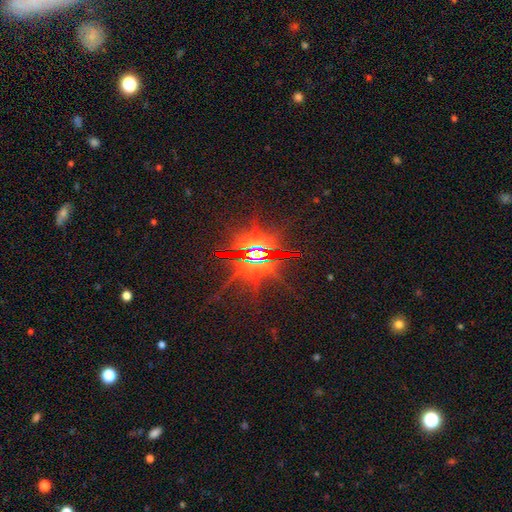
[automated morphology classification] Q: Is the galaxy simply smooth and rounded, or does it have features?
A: star or artifact — 80%.